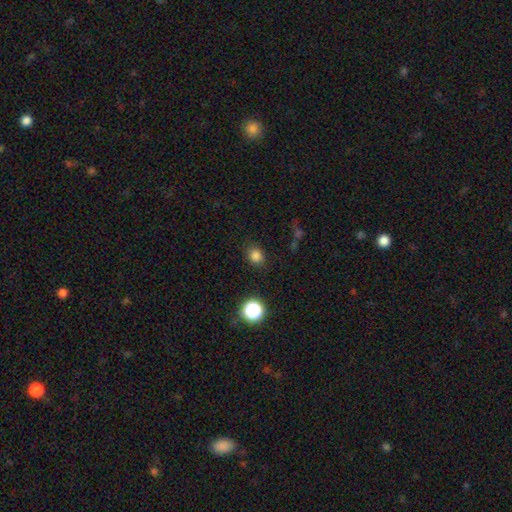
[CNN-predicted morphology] A smooth galaxy with no disk features (80%) that is round (65%).

Vote fractions:
- Smooth or featured? smooth: 80% / star or artifact: 15% / featured or disk: 5%
- How rounded? round: 65% / in between: 34% / cigar-shaped: 1%
- Merging? none: 83% / minor disturbance: 12% / major disturbance: 4% / merger: 2%